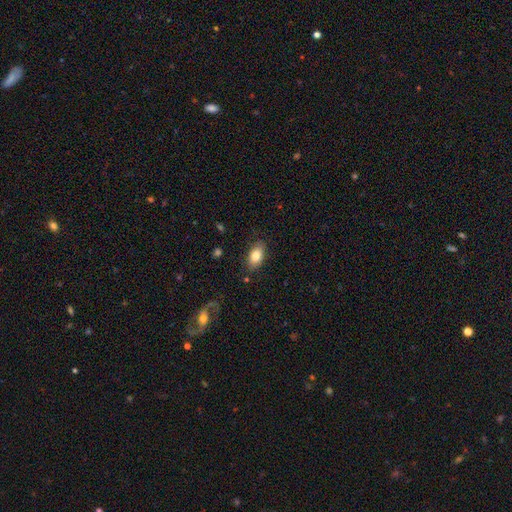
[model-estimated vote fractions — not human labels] smooth_or_featured: smooth (p=0.82) [alt: featured or disk p=0.11]
how_rounded: in between (p=0.91) [alt: round p=0.06]
merging: none (p=0.83) [alt: minor disturbance p=0.12]